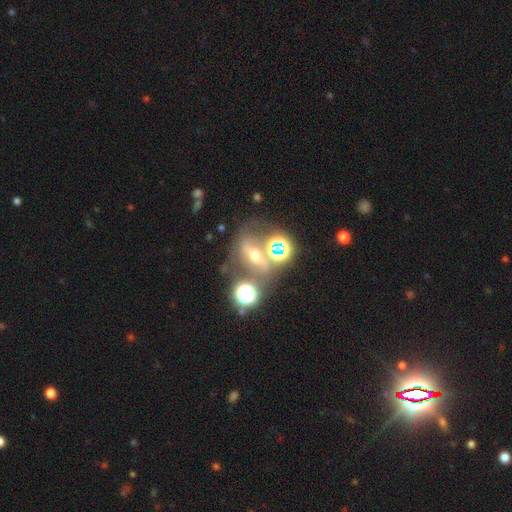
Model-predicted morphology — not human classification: Smooth or featured: featured or disk — 41% (star or artifact — 32%)
Merging: none — 52% (merger — 21%)